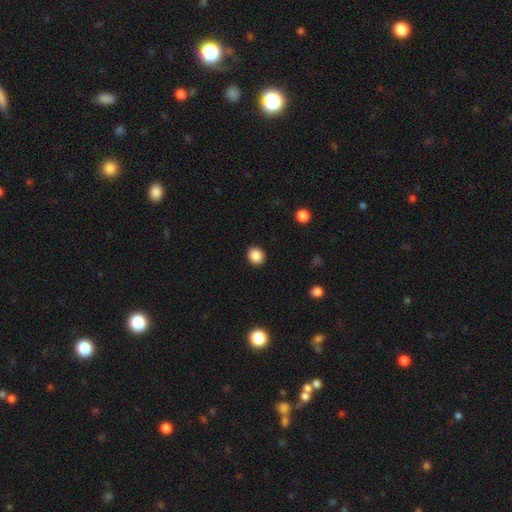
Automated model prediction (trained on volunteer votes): This is clearly a smooth galaxy (87%). How rounded: likely round (78%). Merging: clearly none (91%).